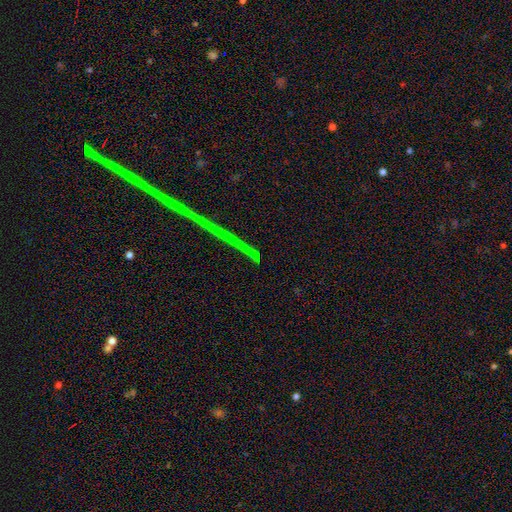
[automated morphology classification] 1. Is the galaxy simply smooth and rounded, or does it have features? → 77% star or artifact, 12% featured or disk, 11% smooth.